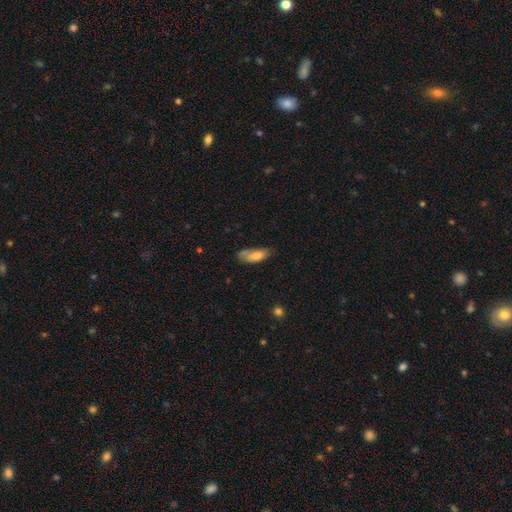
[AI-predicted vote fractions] Smooth or featured: smooth — 77% (featured or disk — 15%)
How rounded: in between — 76% (cigar-shaped — 22%)
Merging: none — 43% (minor disturbance — 34%)